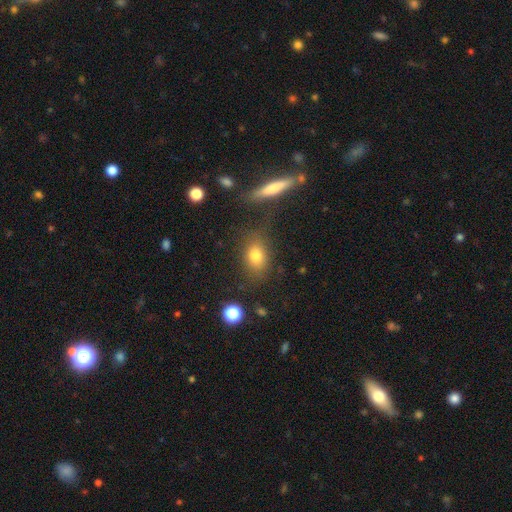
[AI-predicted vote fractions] smooth_or_featured: smooth (p=0.78) [alt: featured or disk p=0.11]
how_rounded: in between (p=0.70) [alt: round p=0.25]
merging: none (p=0.73) [alt: minor disturbance p=0.14]